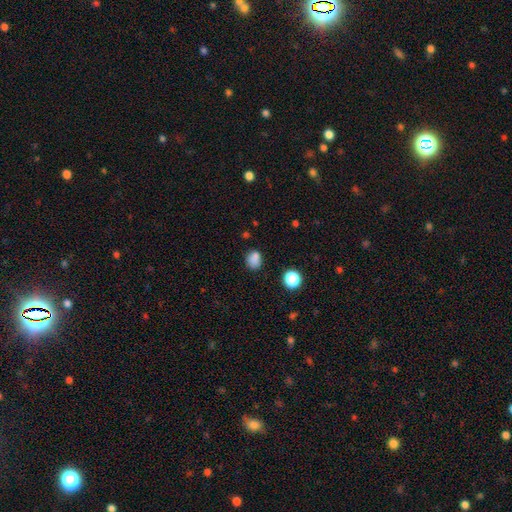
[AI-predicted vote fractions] smooth-or-featured: smooth: 79% | star or artifact: 15% | featured or disk: 6%
  how-rounded: round: 53% | in between: 46% | cigar-shaped: 1%
  merging: none: 68% | minor disturbance: 18% | merger: 9% | major disturbance: 5%